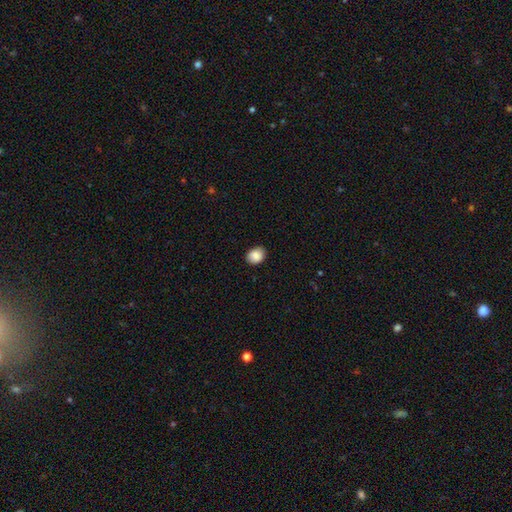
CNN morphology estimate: Overall: smooth (88%). How rounded: in between (57%; round 42%). Merging: none (86%).